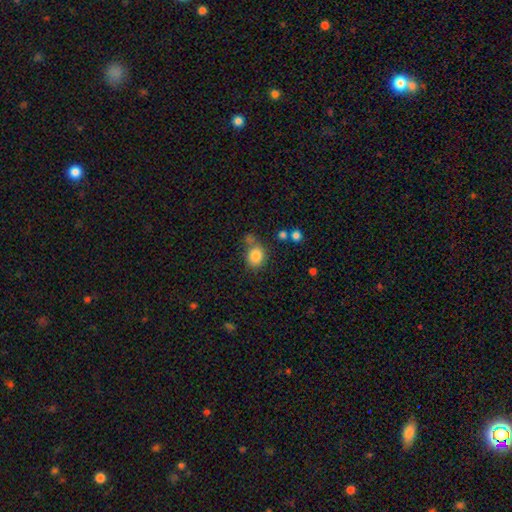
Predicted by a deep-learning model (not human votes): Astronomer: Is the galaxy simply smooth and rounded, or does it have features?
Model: smooth — 84%.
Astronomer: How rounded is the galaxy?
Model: round — 65%.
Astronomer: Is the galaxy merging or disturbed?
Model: none — 61%.